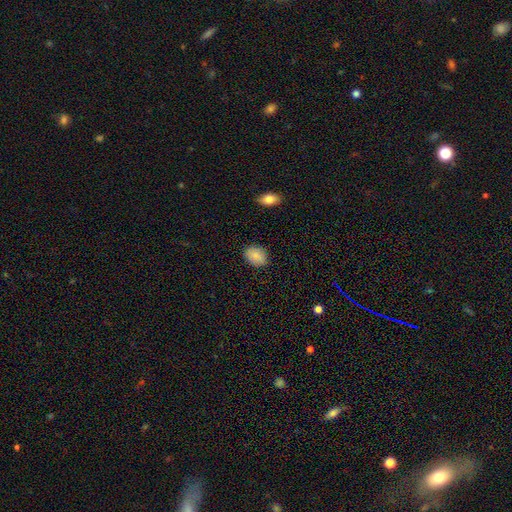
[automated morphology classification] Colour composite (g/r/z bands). It shows a smooth galaxy with no disk features (87%) that is in between round and cigar-shaped (67%). Merging: none (87%).